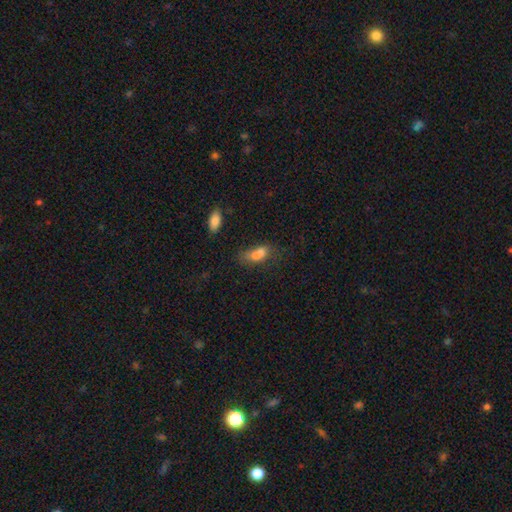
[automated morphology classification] Smooth or featured?
  - smooth: 72% *
  - featured or disk: 16%
  - star or artifact: 12%
How rounded?
  - in between: 80% *
  - cigar-shaped: 12%
  - round: 8%
Merging?
  - merger: 37% *
  - none: 27%
  - minor disturbance: 19%
  - major disturbance: 16%